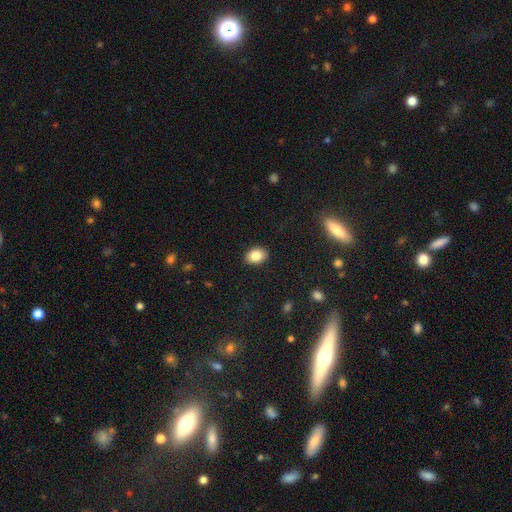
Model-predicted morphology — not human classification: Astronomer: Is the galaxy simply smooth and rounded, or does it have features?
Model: smooth — 85%.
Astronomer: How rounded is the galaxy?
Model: in between — 75%.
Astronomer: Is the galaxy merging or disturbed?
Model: none — 90%.